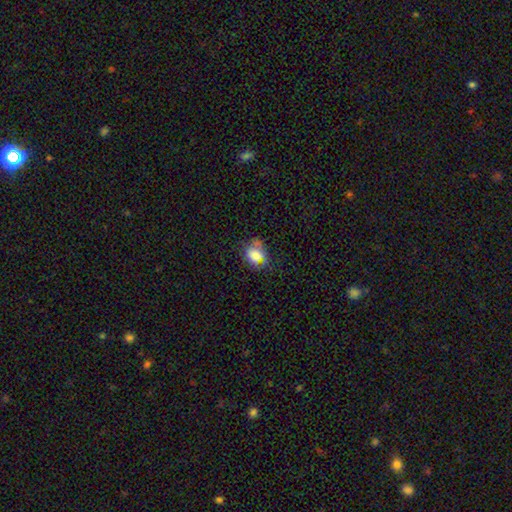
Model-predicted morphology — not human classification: Smooth or featured?
  - smooth: 72% *
  - featured or disk: 14%
  - star or artifact: 14%
How rounded?
  - in between: 64% *
  - round: 34%
  - cigar-shaped: 2%
Merging?
  - none: 55% *
  - minor disturbance: 28%
  - major disturbance: 12%
  - merger: 5%